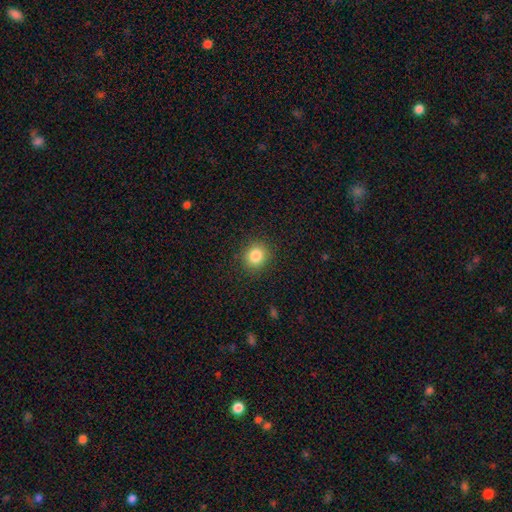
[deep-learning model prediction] Smooth or featured? smooth (85%)
How rounded? round (78%)
Merging? none (89%)